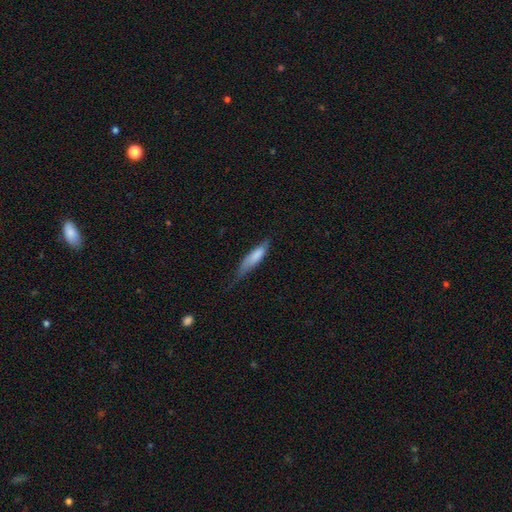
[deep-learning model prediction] smooth 76%, featured or disk 18%, star or artifact 6%. Down the decision tree: how rounded — cigar-shaped (63%); merging — minor disturbance (41%, tied with none).